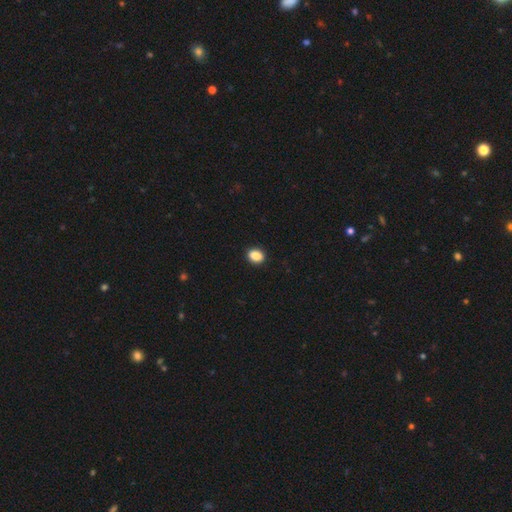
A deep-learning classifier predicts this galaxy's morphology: A smooth galaxy with no disk features (88%) that is in between round and cigar-shaped (61%). Merging: none (91%).